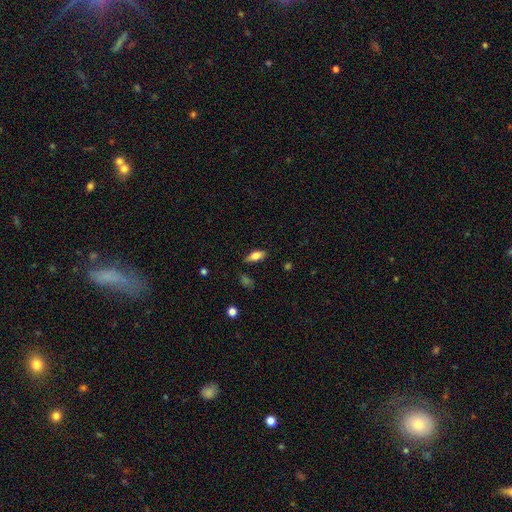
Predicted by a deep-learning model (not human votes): Smooth or featured: smooth — 75% (featured or disk — 17%)
How rounded: in between — 82% (cigar-shaped — 15%)
Merging: none — 80% (minor disturbance — 15%)